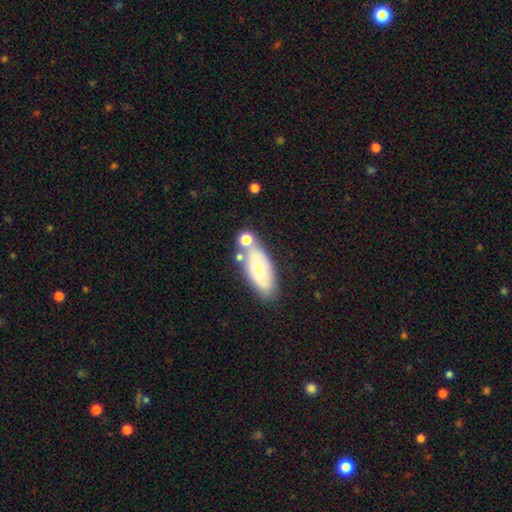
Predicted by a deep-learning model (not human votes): Smooth or featured: smooth — 57% (featured or disk — 35%)
How rounded: in between — 78% (cigar-shaped — 16%)
Merging: none — 57% (merger — 20%)